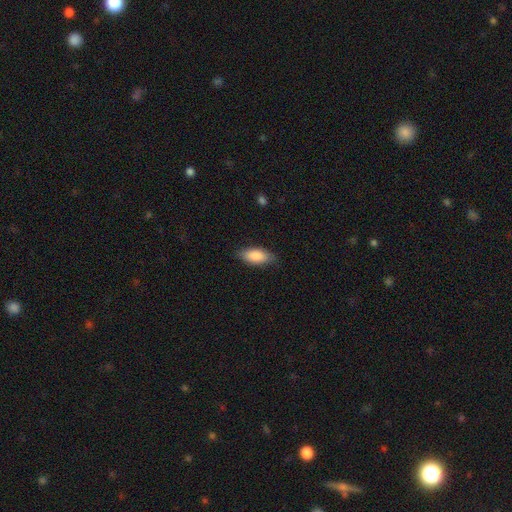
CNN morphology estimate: Smooth or featured? smooth (87%)
How rounded? in between (88%)
Merging? none (82%)